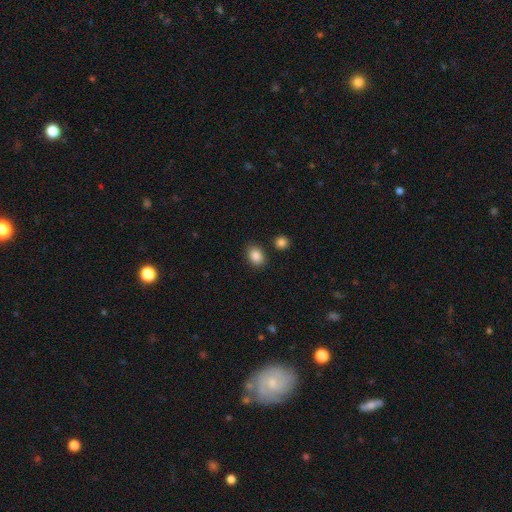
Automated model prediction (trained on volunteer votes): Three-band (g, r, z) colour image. It shows a smooth galaxy with no disk features (87%) that is in between round and cigar-shaped (57%). Merging: none (84%).